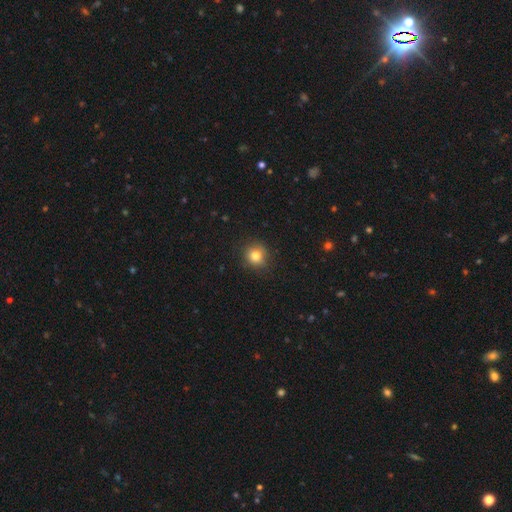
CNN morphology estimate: A smooth galaxy with no disk features (80%) that is round (88%). Merging: none (86%).